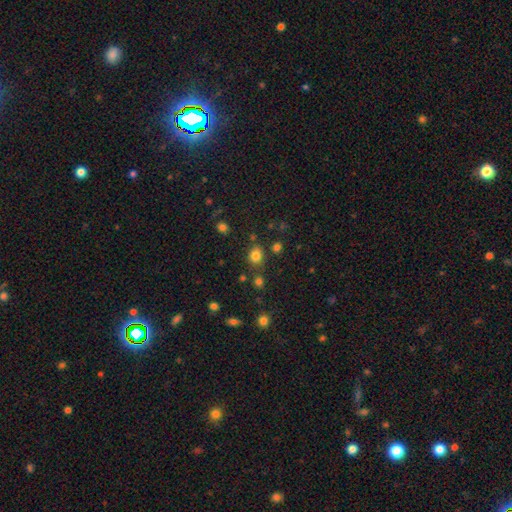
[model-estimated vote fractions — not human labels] The model was most divided on "how rounded": round: 69%, in between: 30%, cigar-shaped: 1%. More confident: smooth or featured — smooth (80%); merging — none (78%).